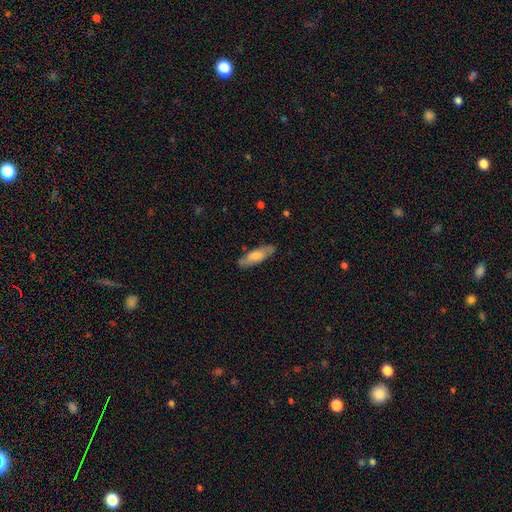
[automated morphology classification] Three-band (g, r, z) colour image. It shows a smooth galaxy with no disk features (64%) that is in between round and cigar-shaped (51%). Merging: none (84%).